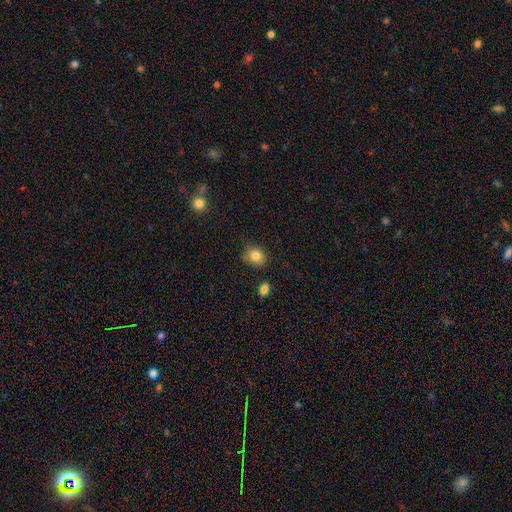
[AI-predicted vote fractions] A smooth galaxy with no disk features (82%) that is round (68%).

Vote fractions:
- Smooth or featured? smooth: 82% / star or artifact: 11% / featured or disk: 7%
- How rounded? round: 68% / in between: 31% / cigar-shaped: 1%
- Merging? none: 74% / minor disturbance: 19% / major disturbance: 4% / merger: 3%